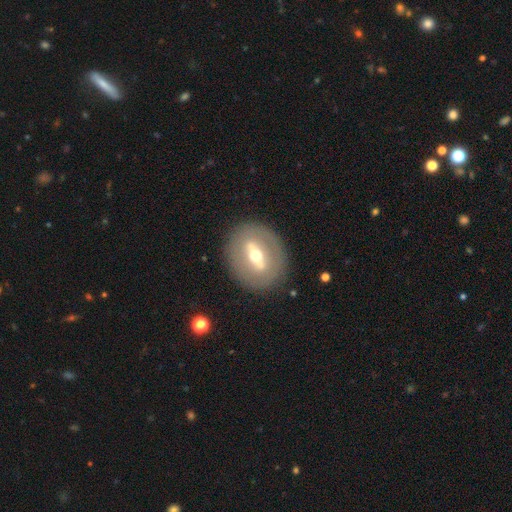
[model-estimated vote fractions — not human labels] A featured or disk galaxy (63%) with a strong bar (55%), no spiral arms (86%) and a moderate central bulge (61%). Merging: none (85%).